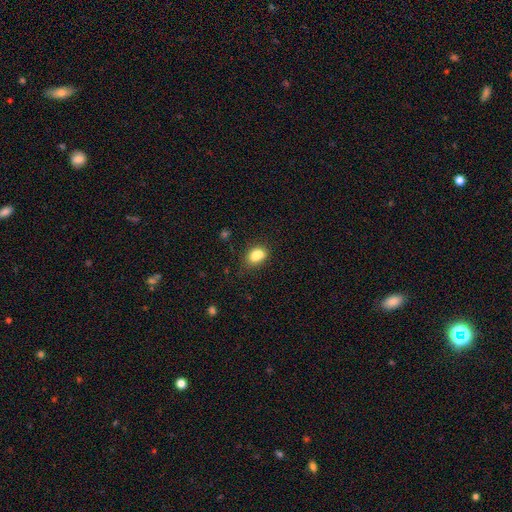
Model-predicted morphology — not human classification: Smooth or featured: smooth — 81% (star or artifact — 10%)
How rounded: in between — 74% (round — 25%)
Merging: none — 53% (minor disturbance — 22%)